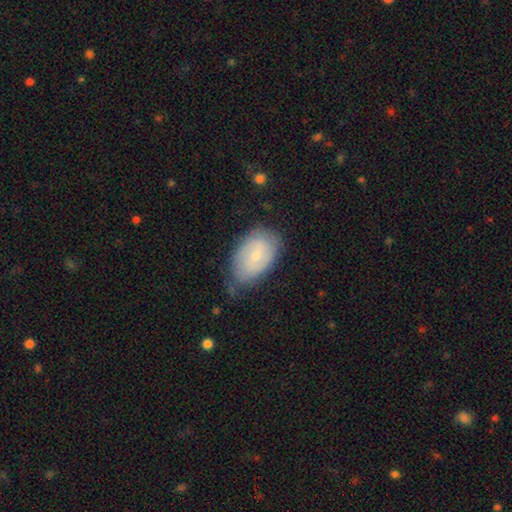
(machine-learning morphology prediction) smooth-or-featured: featured or disk: 50% | smooth: 43% | star or artifact: 7%
  disk-edge-on: no: 95% | yes: 5%
  merging: none: 62% | minor disturbance: 28% | major disturbance: 7% | merger: 2%